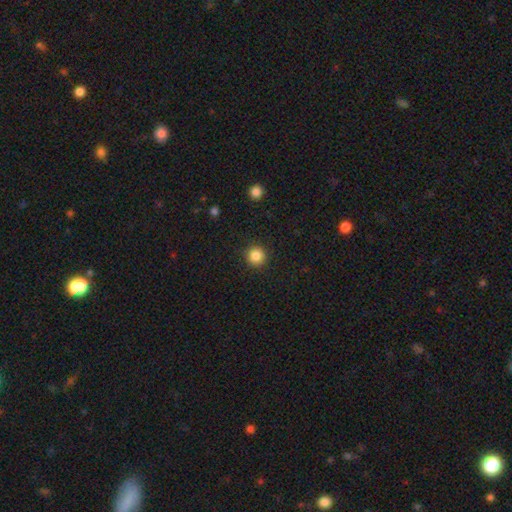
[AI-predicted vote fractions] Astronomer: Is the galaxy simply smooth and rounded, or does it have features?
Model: smooth — 85%.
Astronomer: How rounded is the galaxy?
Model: round — 95%.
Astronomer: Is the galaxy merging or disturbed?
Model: none — 92%.